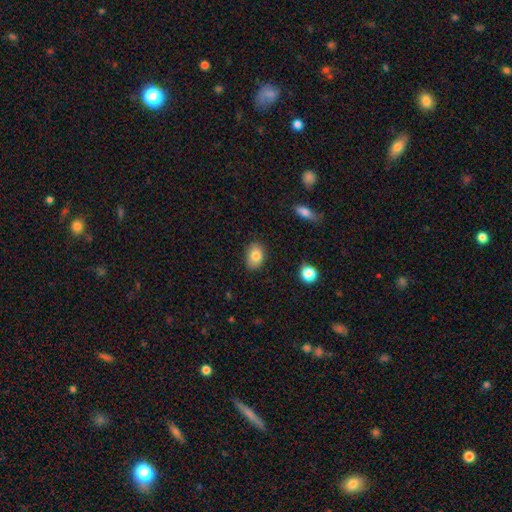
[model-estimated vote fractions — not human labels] A smooth galaxy with no disk features (82%) that is in between round and cigar-shaped (81%).

Vote fractions:
- Smooth or featured? smooth: 82% / featured or disk: 10% / star or artifact: 9%
- How rounded? in between: 81% / round: 18% / cigar-shaped: 1%
- Merging? none: 83% / minor disturbance: 13% / major disturbance: 2% / merger: 1%